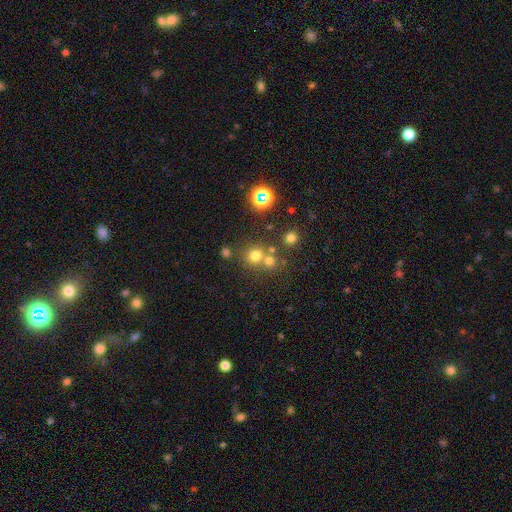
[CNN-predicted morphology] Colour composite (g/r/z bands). It shows a smooth galaxy with no disk features (68%) that is round (88%). Merging: none (61%).